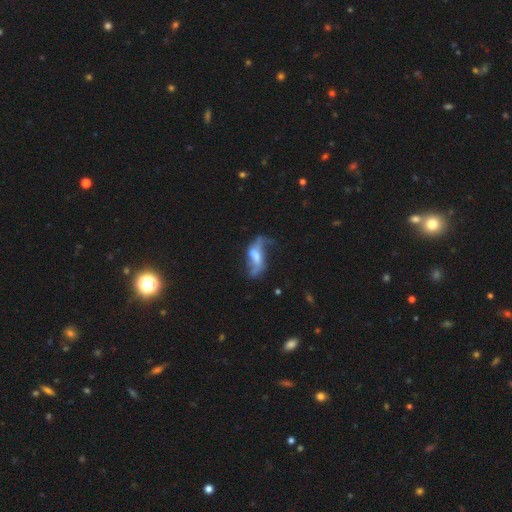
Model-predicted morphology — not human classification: Smooth or featured? featured or disk (68%)
Edge-on disk? no (88%)
Bar? weak (40%)
Spiral arms? yes (78%)
Bulge size? moderate (34%)
Merging? none (41%)